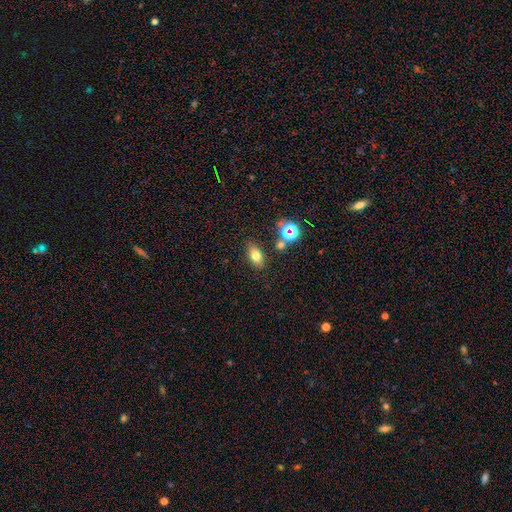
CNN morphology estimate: type=smooth (74%); roundness=in between (81%); merging=none (81%).